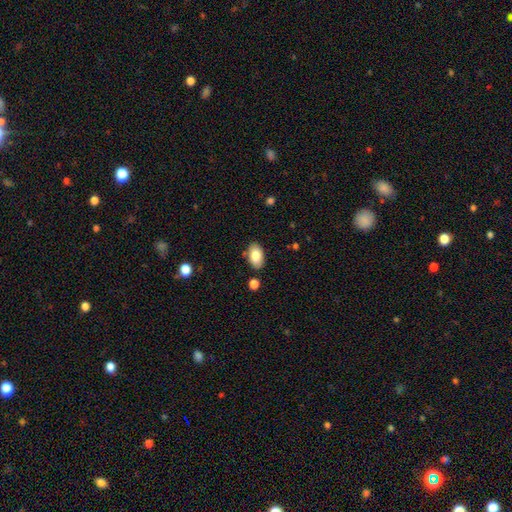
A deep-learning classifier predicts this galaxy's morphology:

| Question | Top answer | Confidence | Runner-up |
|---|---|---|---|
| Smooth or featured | smooth | 83% | featured or disk (10%) |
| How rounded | in between | 92% | round (6%) |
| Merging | none | 84% | minor disturbance (11%) |